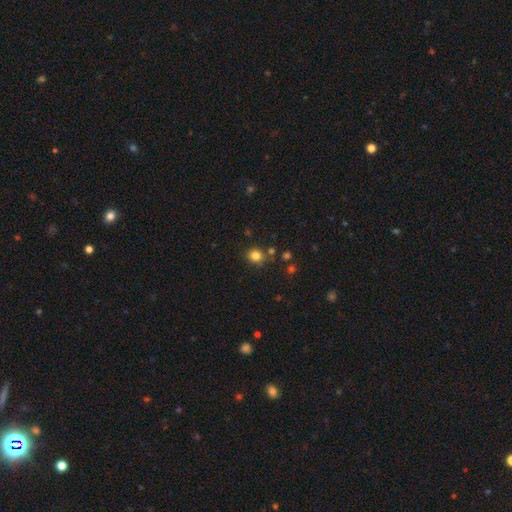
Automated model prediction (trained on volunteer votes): This appears to be a smooth galaxy with no disk features (81%) that is round (75%). Merging: none (79%).